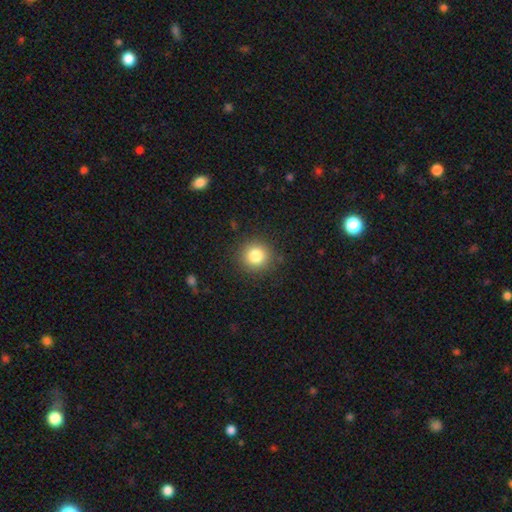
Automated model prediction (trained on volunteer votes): Smooth or featured: smooth — 82% (star or artifact — 11%)
How rounded: round — 93% (in between — 6%)
Merging: none — 89% (minor disturbance — 7%)